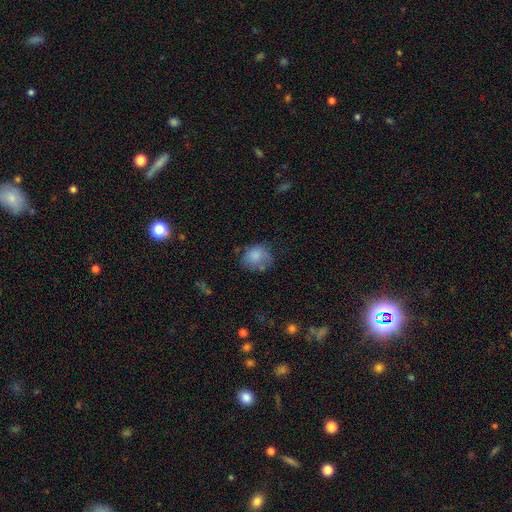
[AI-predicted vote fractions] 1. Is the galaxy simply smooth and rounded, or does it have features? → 79% smooth, 13% featured or disk, 9% star or artifact.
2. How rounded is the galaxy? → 59% round, 40% in between, 1% cigar-shaped.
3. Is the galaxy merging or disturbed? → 53% none, 28% minor disturbance, 13% major disturbance, 5% merger.